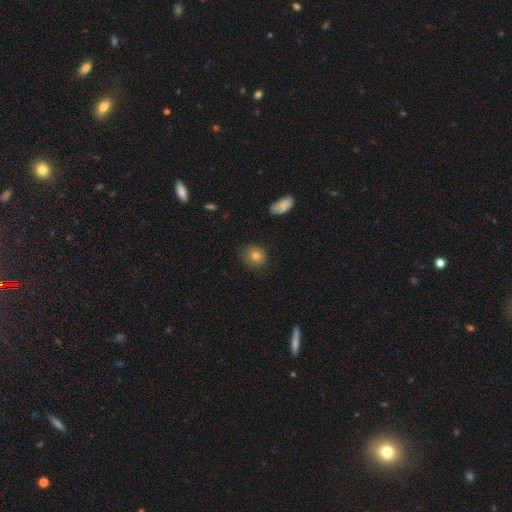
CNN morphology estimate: Q: Smooth or featured?
A: smooth (80%); runner-up: star or artifact (10%)
Q: How rounded?
A: round (80%); runner-up: in between (19%)
Q: Merging?
A: none (84%); runner-up: minor disturbance (12%)